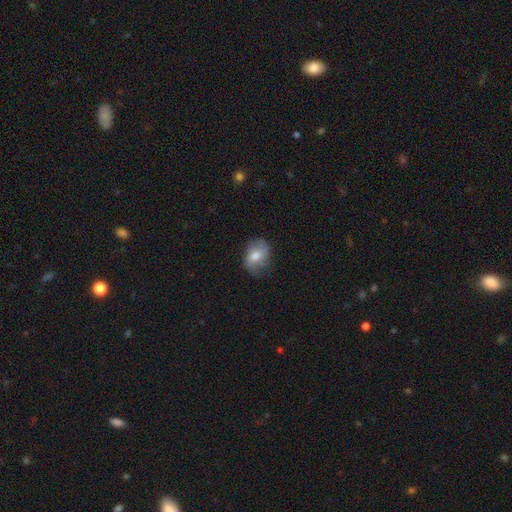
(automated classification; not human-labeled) smooth 60%, featured or disk 32%, star or artifact 8%. Down the decision tree: how rounded — in between (70%); merging — none (62%).